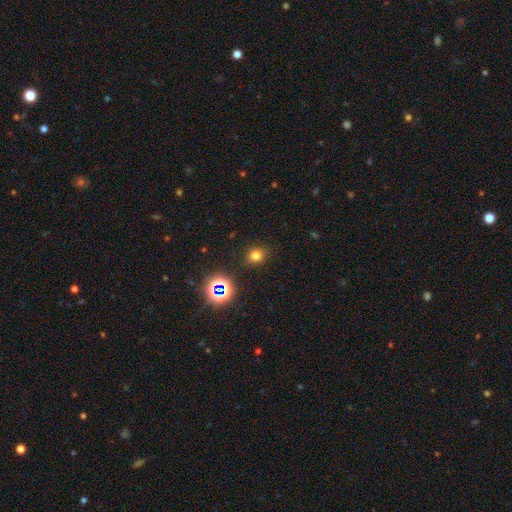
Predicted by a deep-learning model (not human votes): Overall: smooth (73%). How rounded: round (68%; in between 31%). Merging: none (87%).